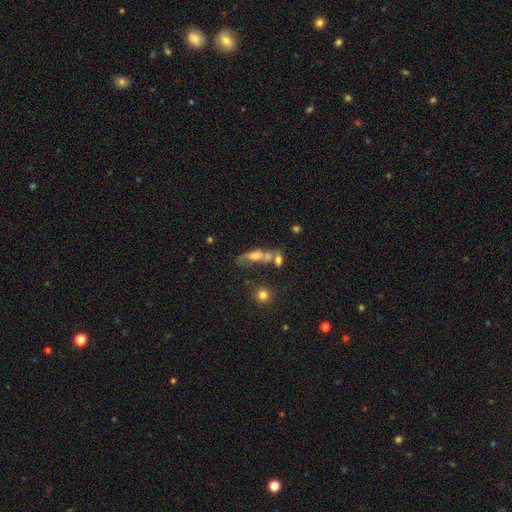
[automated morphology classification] A smooth galaxy with no disk features (44%, tied with featured or disk). Merging: merger (35%).